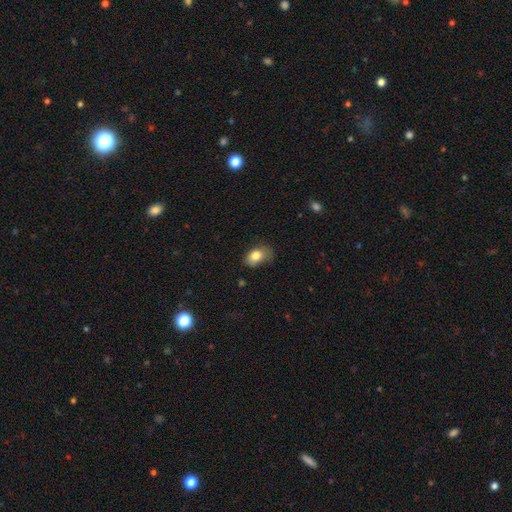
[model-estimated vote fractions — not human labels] Morphology: type=smooth (79%); roundness=in between (82%); merging=none (50%).